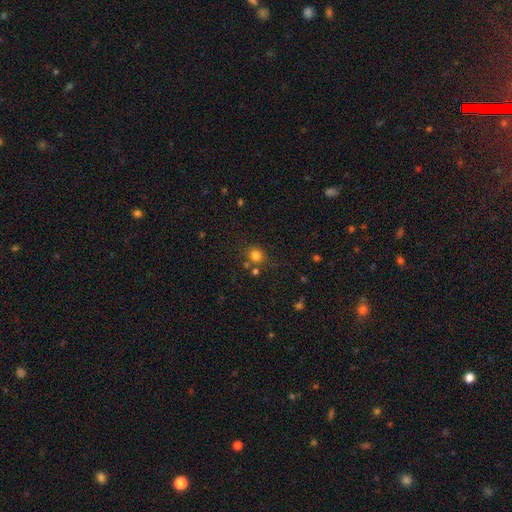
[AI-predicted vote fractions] This appears to be a smooth galaxy with no disk features (79%) that is round (85%). Merging: none (73%).